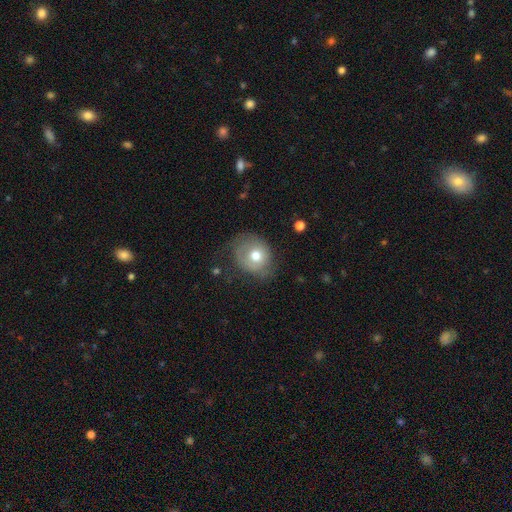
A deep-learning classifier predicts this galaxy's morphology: Q: Smooth or featured?
A: smooth (63%); runner-up: featured or disk (27%)
Q: How rounded?
A: round (71%); runner-up: in between (28%)
Q: Merging?
A: none (52%); runner-up: minor disturbance (28%)